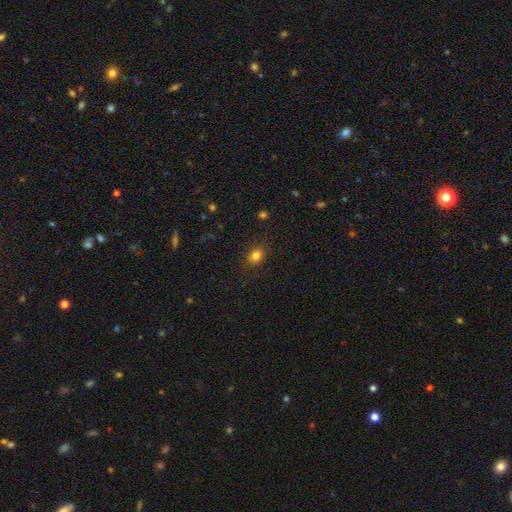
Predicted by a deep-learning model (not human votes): smooth-or-featured: smooth: 82% | star or artifact: 12% | featured or disk: 6%
  how-rounded: in between: 55% | round: 44% | cigar-shaped: 1%
  merging: none: 84% | minor disturbance: 12% | major disturbance: 3% | merger: 1%